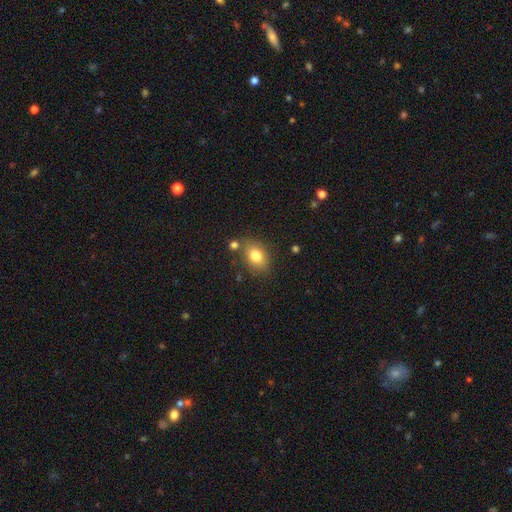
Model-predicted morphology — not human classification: Overall: smooth (79%). How rounded: in between (72%). Merging: none (74%).